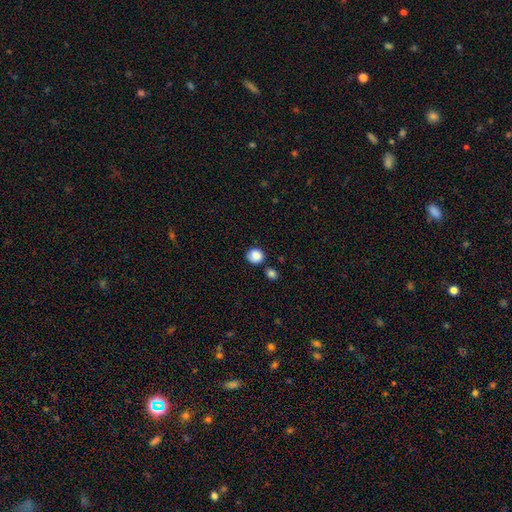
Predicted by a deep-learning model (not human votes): Q: Smooth or featured?
A: smooth (87%); runner-up: star or artifact (9%)
Q: How rounded?
A: round (82%); runner-up: in between (17%)
Q: Merging?
A: none (76%); runner-up: minor disturbance (13%)